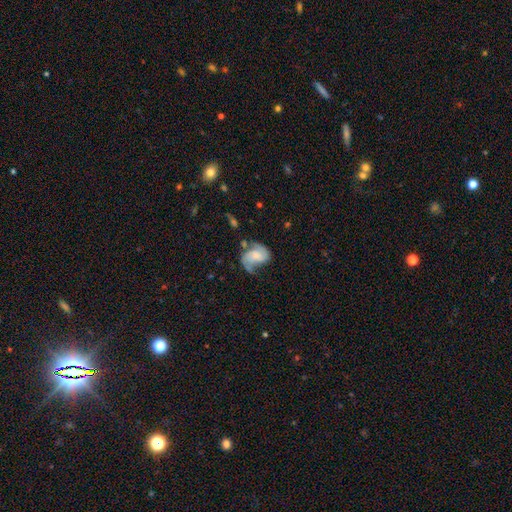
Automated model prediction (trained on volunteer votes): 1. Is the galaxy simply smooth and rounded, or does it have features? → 68% featured or disk, 25% smooth, 8% star or artifact.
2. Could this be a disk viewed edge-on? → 98% no, 2% yes.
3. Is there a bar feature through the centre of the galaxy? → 57% no, 35% weak, 9% strong.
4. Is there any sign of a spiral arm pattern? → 91% yes, 9% no.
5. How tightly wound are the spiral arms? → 41% medium (tied), 41% loose (tied), 18% tight.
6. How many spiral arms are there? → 81% 2, 8% 1, 6% can't tell, 2% 3, 1% 4, 1% more than 4.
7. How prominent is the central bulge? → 32% none, 24% small, 23% moderate, 17% large, 4% dominant.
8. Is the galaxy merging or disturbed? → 43% none, 28% minor disturbance, 23% major disturbance, 7% merger.